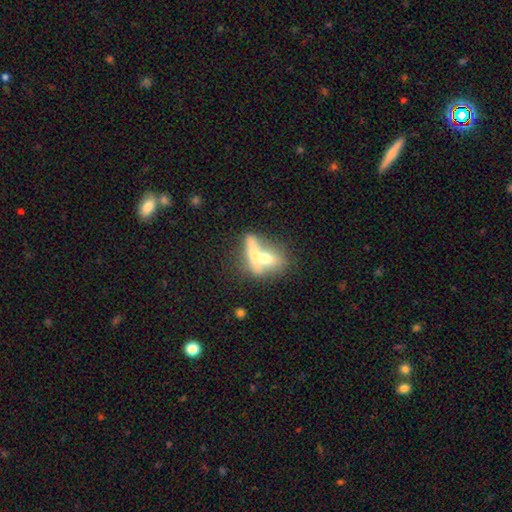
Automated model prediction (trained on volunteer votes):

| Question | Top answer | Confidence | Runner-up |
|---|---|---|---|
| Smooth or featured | smooth | 52% | featured or disk (39%) |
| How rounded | in between | 55% | round (26%) |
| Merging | merger | 65% | none (19%) |